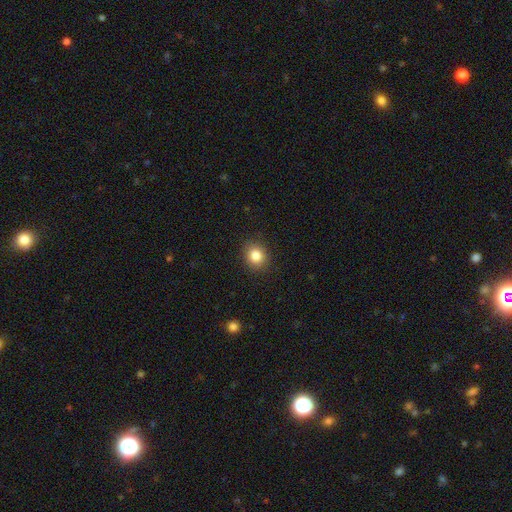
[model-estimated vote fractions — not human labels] The model was most divided on "how rounded": round: 74%, in between: 25%, cigar-shaped: 1%. More confident: merging — none (89%); smooth or featured — smooth (84%).